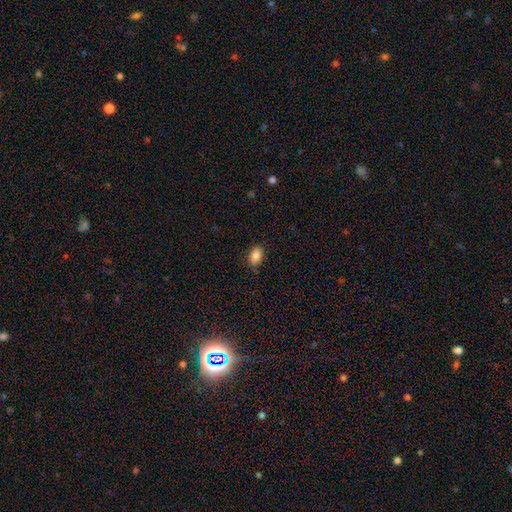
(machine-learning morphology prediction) A smooth galaxy with no disk features (87%) that is in between round and cigar-shaped (88%).

Vote fractions:
- Smooth or featured? smooth: 87% / star or artifact: 8% / featured or disk: 5%
- How rounded? in between: 88% / round: 11% / cigar-shaped: 2%
- Merging? none: 80% / minor disturbance: 16% / major disturbance: 3% / merger: 1%